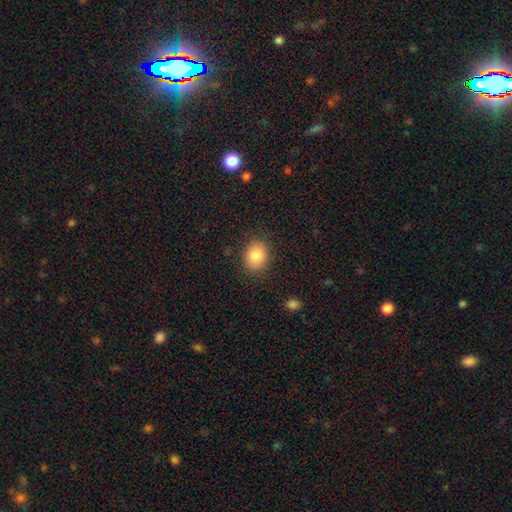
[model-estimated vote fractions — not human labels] Smooth or featured? smooth (86%)
How rounded? in between (50%)
Merging? none (86%)